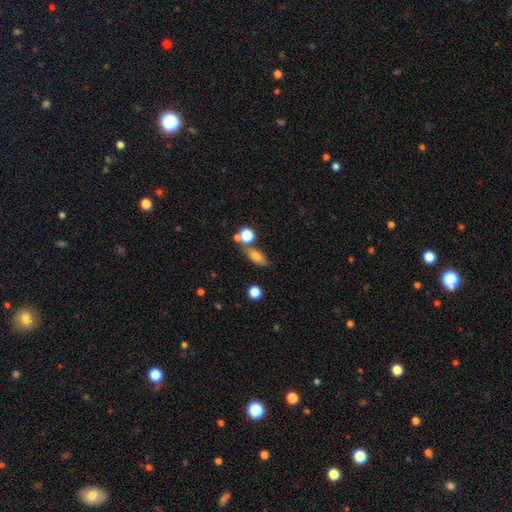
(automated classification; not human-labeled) This appears to be a smooth galaxy with no disk features (72%) that is in between round and cigar-shaped (69%). Merging: none (64%).